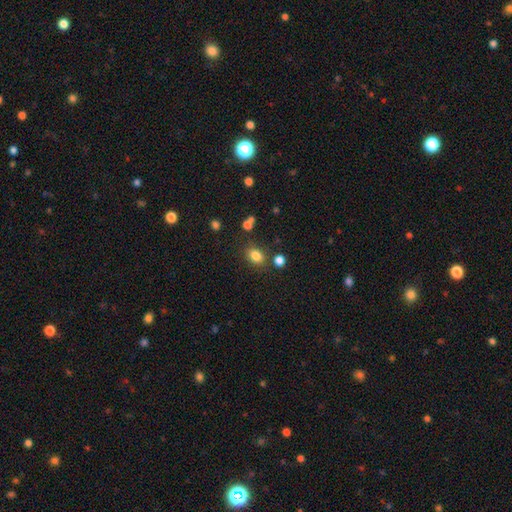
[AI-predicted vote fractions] A smooth galaxy with no disk features (83%) that is in between round and cigar-shaped (65%).

Vote fractions:
- Smooth or featured? smooth: 83% / star or artifact: 12% / featured or disk: 6%
- How rounded? in between: 65% / round: 33% / cigar-shaped: 1%
- Merging? none: 77% / minor disturbance: 12% / merger: 7% / major disturbance: 4%